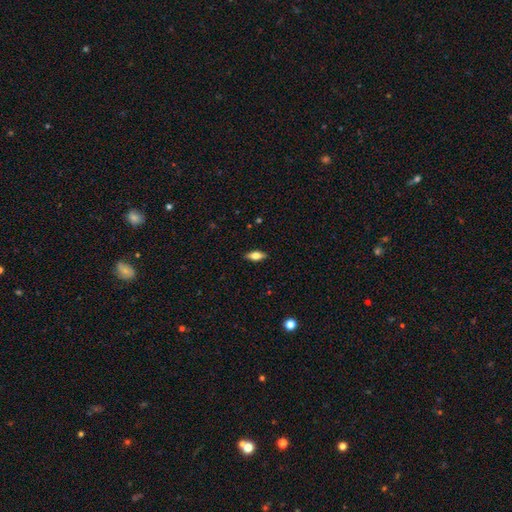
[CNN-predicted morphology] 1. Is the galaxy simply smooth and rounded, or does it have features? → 63% smooth, 29% featured or disk, 8% star or artifact.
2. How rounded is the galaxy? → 78% in between, 19% cigar-shaped, 3% round.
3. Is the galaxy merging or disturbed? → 88% none, 9% minor disturbance, 2% major disturbance, 1% merger.